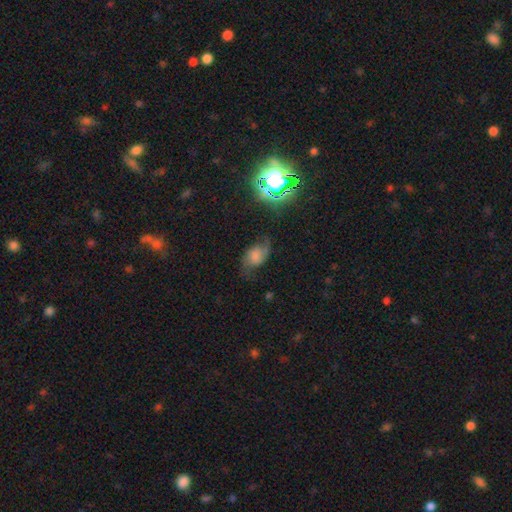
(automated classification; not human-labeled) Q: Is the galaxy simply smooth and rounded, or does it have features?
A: featured or disk — 47%.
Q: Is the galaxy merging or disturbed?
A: none — 56%.